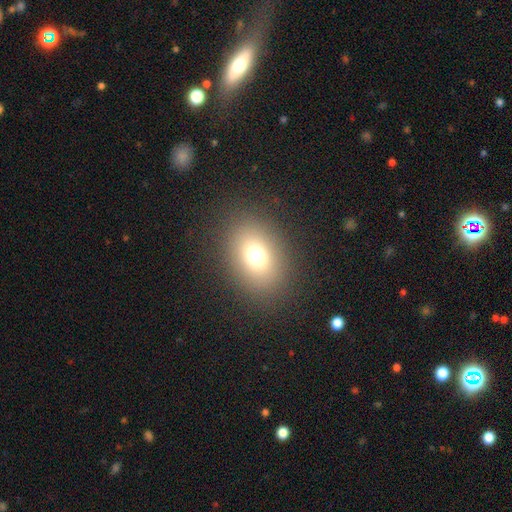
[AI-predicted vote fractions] Morphology: type=smooth (72%); roundness=in between (63%); merging=none (86%).